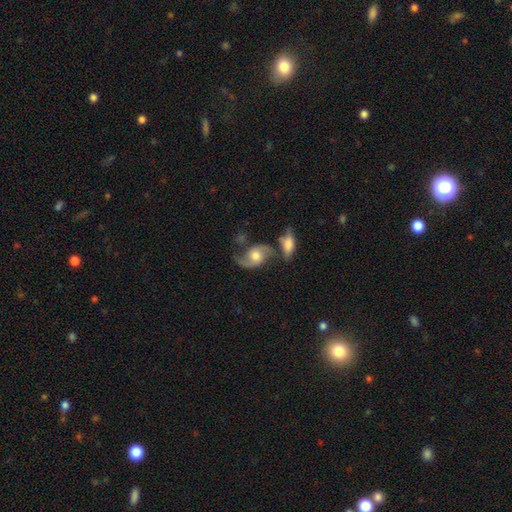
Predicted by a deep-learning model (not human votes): A featured or disk galaxy (78%) with no bar (63%), 2 (90%) loose (55%) spiral arms (94%) and a moderate central bulge (62%). Merging: none (47%).